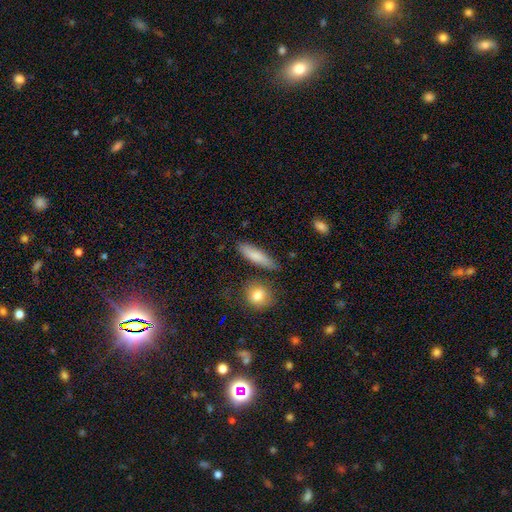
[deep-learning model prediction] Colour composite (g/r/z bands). It shows a smooth galaxy with no disk features (78%) that is cigar-shaped (65%). Merging: none (78%).